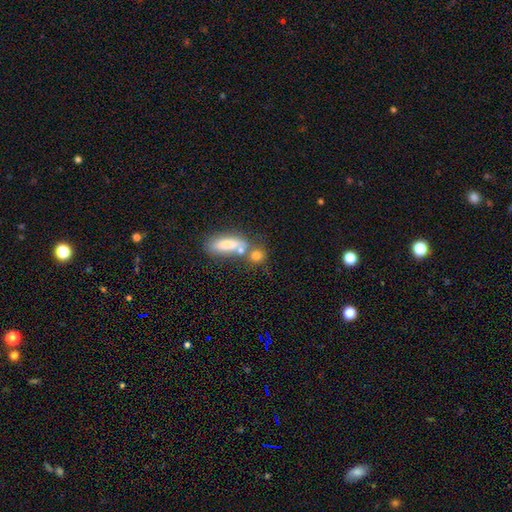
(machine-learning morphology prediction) Smooth or featured? Predicted: smooth (p=0.75). How rounded? Predicted: round (p=0.59). Merging? Predicted: none (p=0.50).